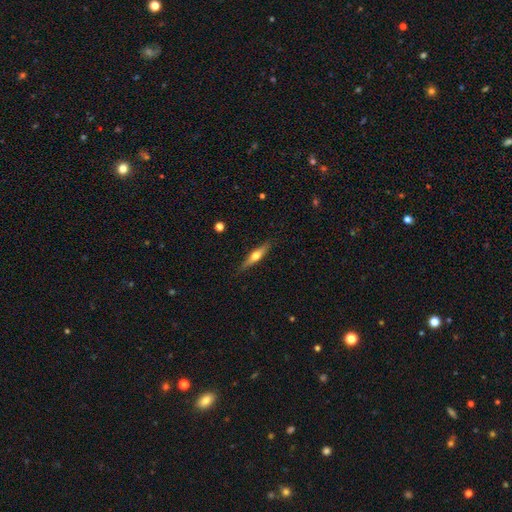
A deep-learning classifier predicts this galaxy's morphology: type=featured or disk (50%); edge-on=yes (93%); merging=none (85%).